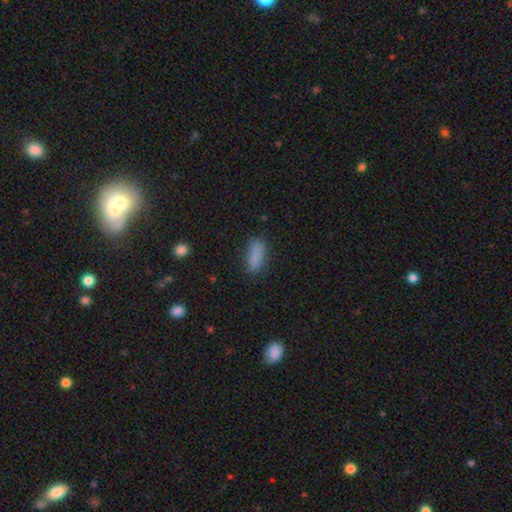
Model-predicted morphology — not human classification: This appears to be a smooth galaxy with no disk features (83%) that is in between round and cigar-shaped (69%). Merging: none (68%).